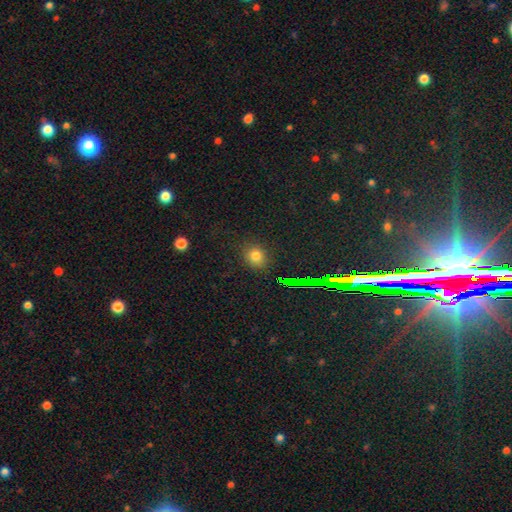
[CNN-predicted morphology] smooth_or_featured: smooth (p=0.75) [alt: star or artifact p=0.18]
how_rounded: round (p=0.77) [alt: in between p=0.22]
merging: none (p=0.84) [alt: minor disturbance p=0.10]